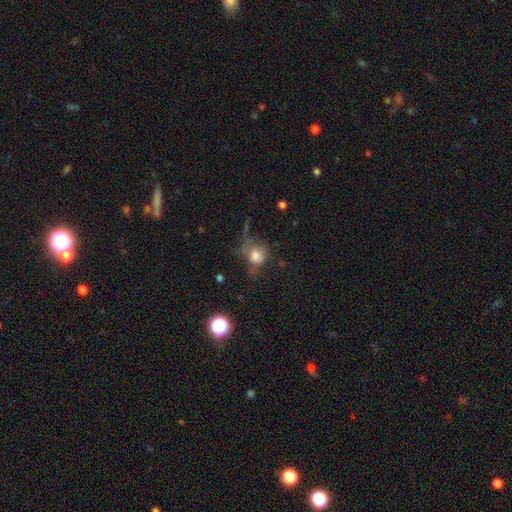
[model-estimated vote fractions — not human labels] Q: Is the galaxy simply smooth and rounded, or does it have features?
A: smooth — 73%.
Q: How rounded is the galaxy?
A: round — 70%.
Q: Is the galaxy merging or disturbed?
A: none — 39%.